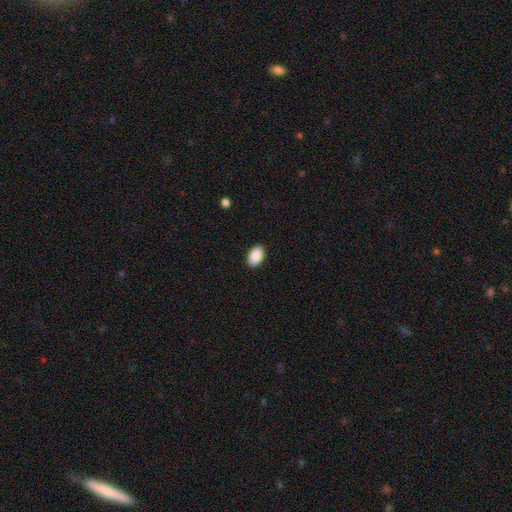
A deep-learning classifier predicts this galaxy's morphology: Q: Smooth or featured?
A: smooth (89%); runner-up: star or artifact (7%)
Q: How rounded?
A: in between (91%); runner-up: round (8%)
Q: Merging?
A: none (90%); runner-up: minor disturbance (7%)